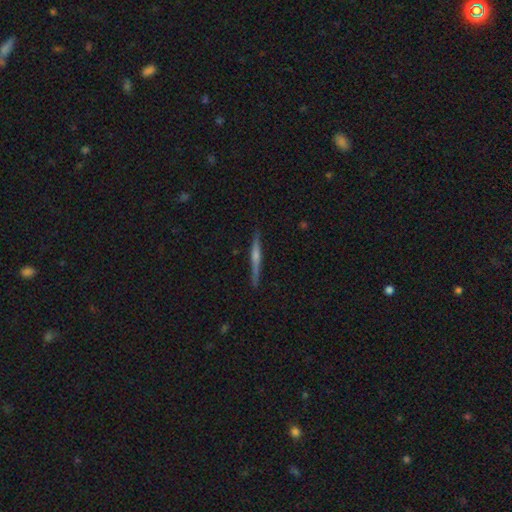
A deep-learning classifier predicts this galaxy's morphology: A featured or disk galaxy (70%) viewed edge-on (97%) with a rounded central bulge (73%). Merging: none (89%).